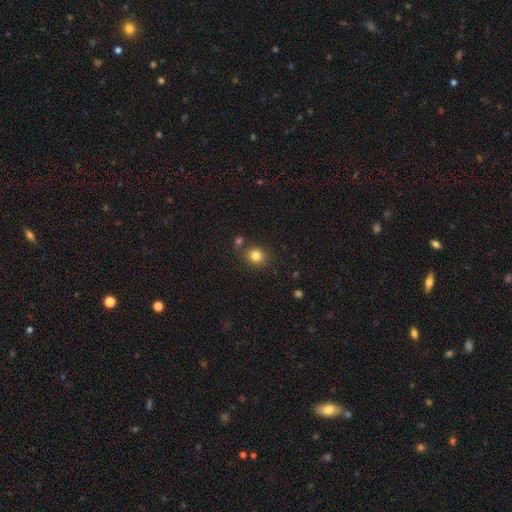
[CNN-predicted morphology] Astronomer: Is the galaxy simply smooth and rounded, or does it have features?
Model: smooth — 82%.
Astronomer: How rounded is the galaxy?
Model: round — 76%.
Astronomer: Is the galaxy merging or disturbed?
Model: none — 75%.